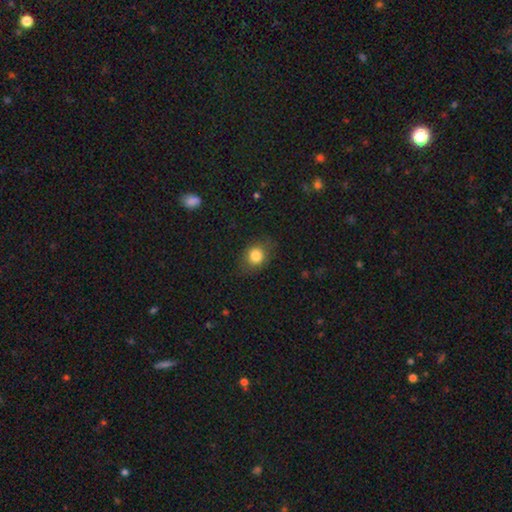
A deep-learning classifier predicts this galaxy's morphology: Q: Smooth or featured?
A: smooth (82%); runner-up: star or artifact (10%)
Q: How rounded?
A: round (62%); runner-up: in between (37%)
Q: Merging?
A: none (78%); runner-up: minor disturbance (16%)